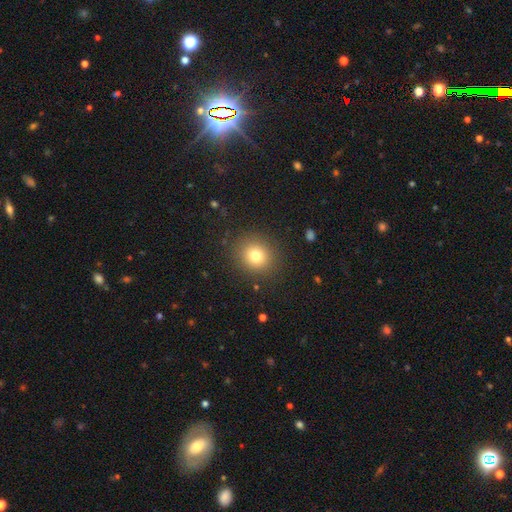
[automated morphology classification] smooth 78%, star or artifact 13%, featured or disk 9%. Down the decision tree: how rounded — round (84%); merging — none (88%).